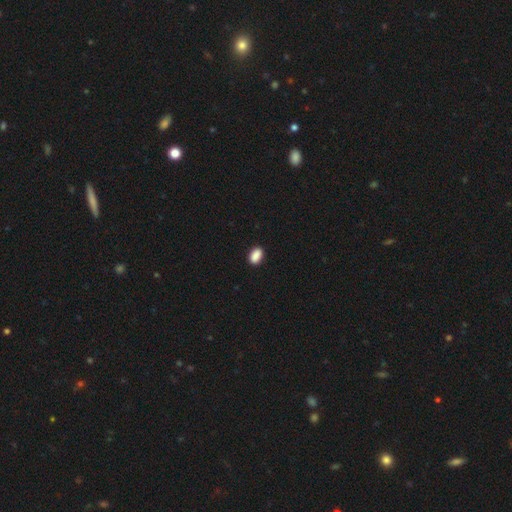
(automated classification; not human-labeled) This appears to be a smooth galaxy with no disk features (90%) that is in between round and cigar-shaped (88%). Merging: none (89%).